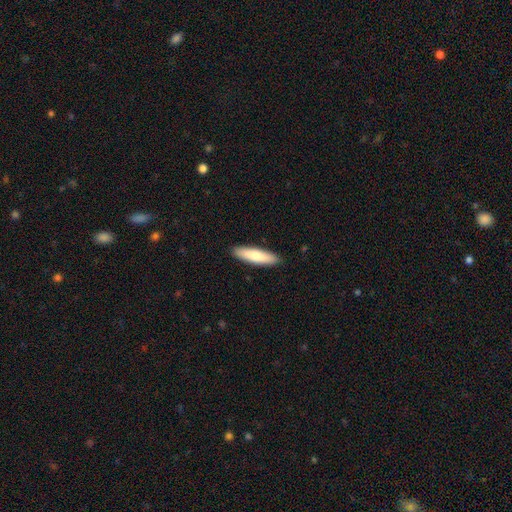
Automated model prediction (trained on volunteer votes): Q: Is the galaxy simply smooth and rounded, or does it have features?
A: smooth — 77%.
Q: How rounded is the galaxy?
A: cigar-shaped — 73%.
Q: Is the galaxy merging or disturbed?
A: none — 91%.